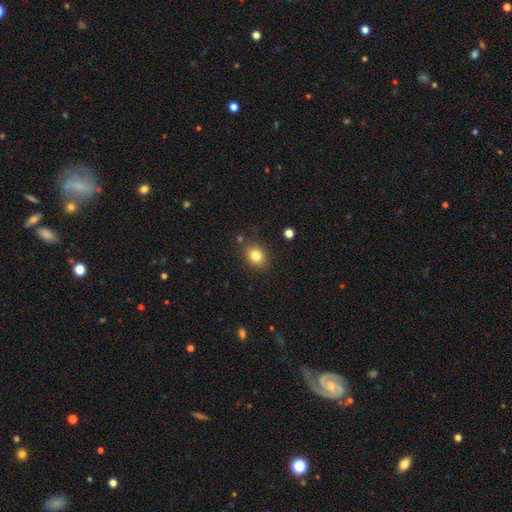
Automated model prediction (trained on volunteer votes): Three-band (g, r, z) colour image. It shows a smooth galaxy with no disk features (82%) that is round (54%). Merging: none (82%).